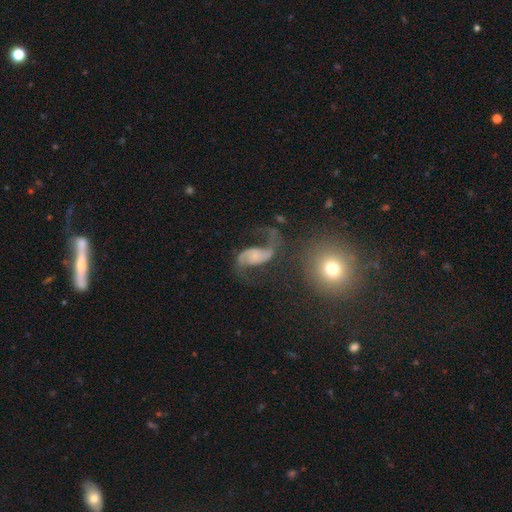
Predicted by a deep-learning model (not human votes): Q: Smooth or featured?
A: featured or disk (84%); runner-up: smooth (9%)
Q: Edge-on disk?
A: no (97%); runner-up: yes (3%)
Q: Bar?
A: no (55%); runner-up: weak (32%)
Q: Spiral arms?
A: yes (95%); runner-up: no (5%)
Q: Spiral winding?
A: loose (74%); runner-up: medium (22%)
Q: Spiral arm count?
A: 2 (91%); runner-up: 1 (4%)
Q: Bulge size?
A: small (47%); runner-up: none (29%)
Q: Merging?
A: none (51%); runner-up: major disturbance (23%)